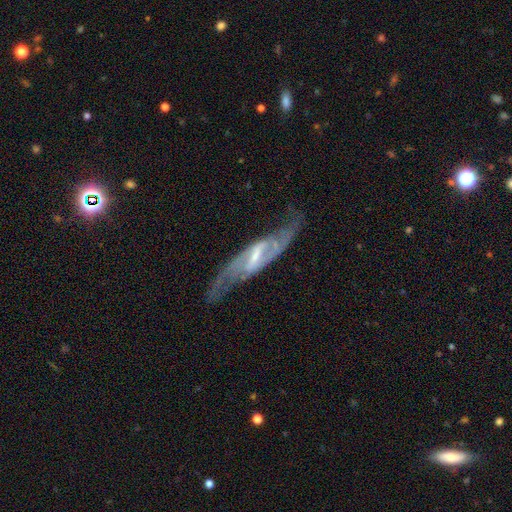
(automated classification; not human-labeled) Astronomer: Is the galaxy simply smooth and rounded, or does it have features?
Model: featured or disk — 89%.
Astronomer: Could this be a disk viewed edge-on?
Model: no — 81%.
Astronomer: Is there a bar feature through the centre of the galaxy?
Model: strong — 54% (runner-up: weak, 36%).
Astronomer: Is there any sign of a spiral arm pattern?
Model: yes — 94%.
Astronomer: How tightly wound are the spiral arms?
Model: medium — 46% (runner-up: loose, 38%).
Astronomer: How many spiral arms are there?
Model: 2 — 90%.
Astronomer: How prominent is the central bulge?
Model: small — 57%.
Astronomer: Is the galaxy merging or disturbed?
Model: none — 73%.